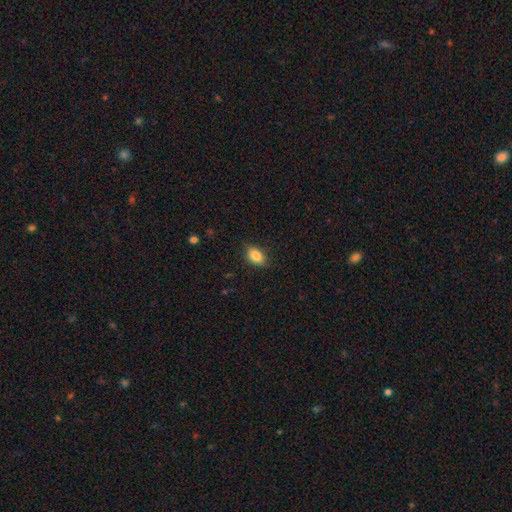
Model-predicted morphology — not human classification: smooth_or_featured: smooth (p=0.85) [alt: star or artifact p=0.08]
how_rounded: in between (p=0.88) [alt: round p=0.09]
merging: none (p=0.83) [alt: minor disturbance p=0.13]